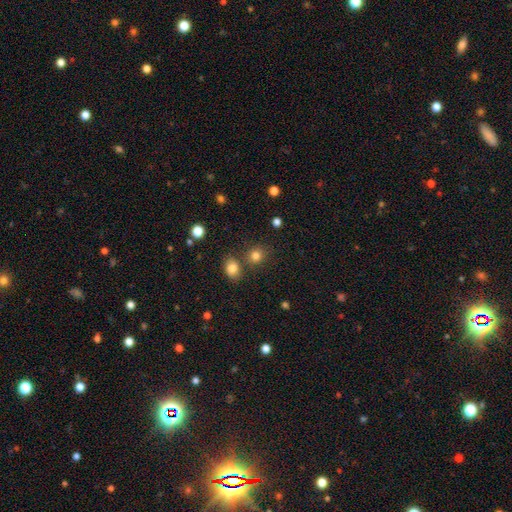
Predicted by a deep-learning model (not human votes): smooth-or-featured: smooth: 81% | star or artifact: 13% | featured or disk: 6%
  how-rounded: round: 81% | in between: 18% | cigar-shaped: 1%
  merging: none: 74% | merger: 14% | minor disturbance: 9% | major disturbance: 3%